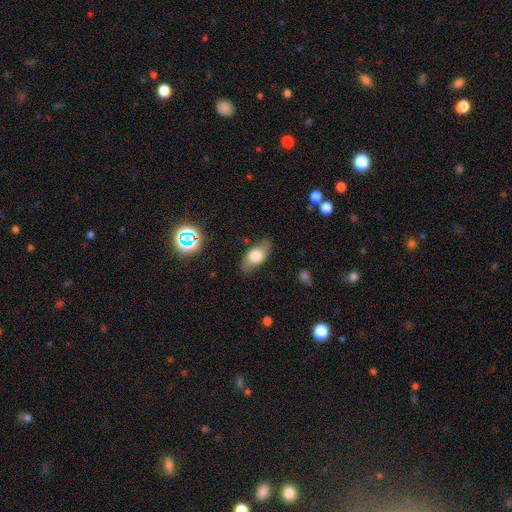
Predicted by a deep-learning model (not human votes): smooth_or_featured: smooth (p=0.63) [alt: featured or disk p=0.28]
how_rounded: in between (p=0.85) [alt: cigar-shaped p=0.09]
merging: none (p=0.79) [alt: minor disturbance p=0.15]